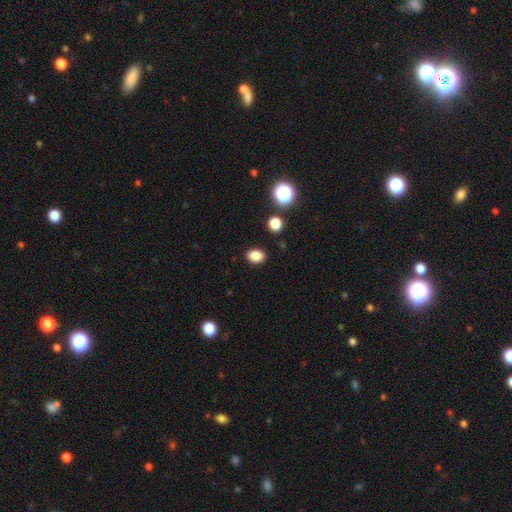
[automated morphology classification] Smooth or featured? smooth (85%)
How rounded? in between (65%)
Merging? none (87%)